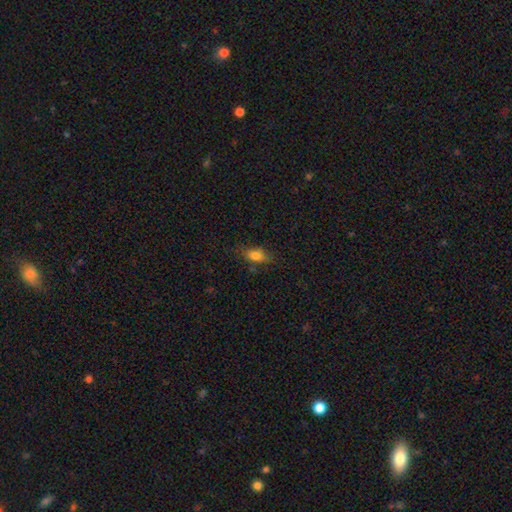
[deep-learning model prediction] The model was most divided on "merging": none: 75%, minor disturbance: 18%, major disturbance: 5%, merger: 2%. More confident: how rounded — in between (83%); smooth or featured — smooth (79%).